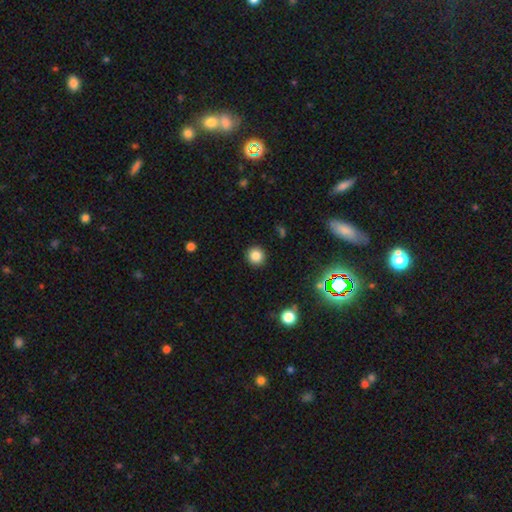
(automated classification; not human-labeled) This is clearly a smooth galaxy (83%). How rounded: clearly round (92%). Merging: clearly none (92%).